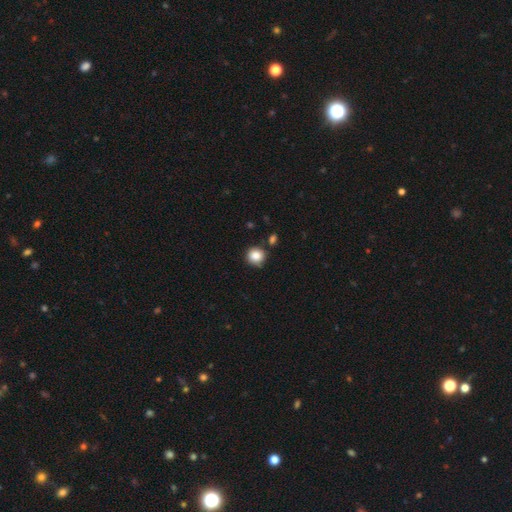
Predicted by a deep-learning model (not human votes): The model was most divided on "merging": none: 79%, minor disturbance: 13%, merger: 5%, major disturbance: 3%. More confident: how rounded — round (91%); smooth or featured — smooth (86%).